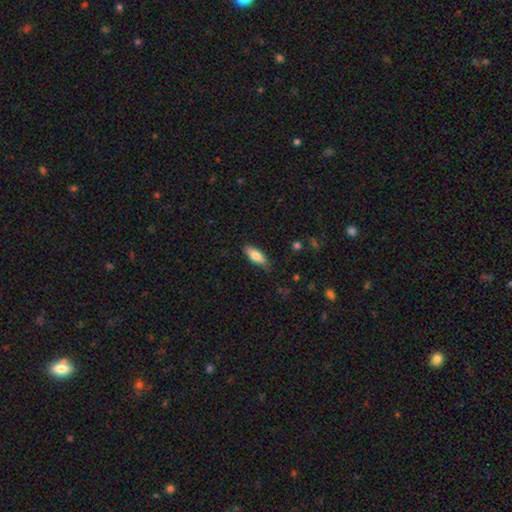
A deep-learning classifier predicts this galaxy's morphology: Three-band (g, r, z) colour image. It shows a smooth galaxy with no disk features (79%) that is in between round and cigar-shaped (72%). Merging: none (81%).